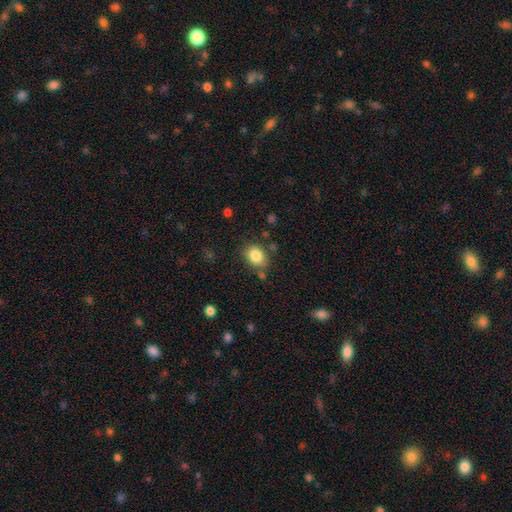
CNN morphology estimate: Smooth or featured: smooth — 84% (star or artifact — 9%)
How rounded: in between — 58% (round — 41%)
Merging: none — 73% (minor disturbance — 16%)